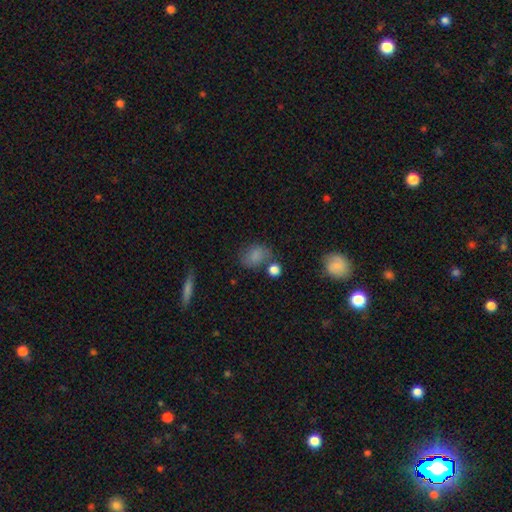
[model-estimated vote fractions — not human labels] smooth 78%, star or artifact 12%, featured or disk 10%. Down the decision tree: how rounded — in between (57%); merging — none (58%).